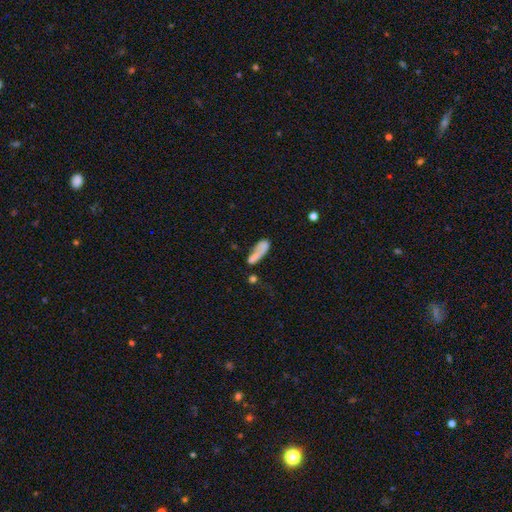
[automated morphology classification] The model was most divided on "merging": none: 31%, merger: 24%, major disturbance: 23%, minor disturbance: 22%. More confident: smooth or featured — smooth (70%); how rounded — in between (58%).